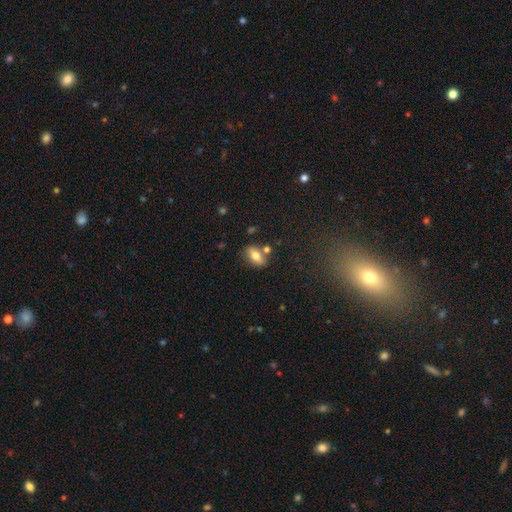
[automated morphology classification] smooth_or_featured: smooth (p=0.71) [alt: featured or disk p=0.20]
how_rounded: in between (p=0.83) [alt: cigar-shaped p=0.09]
merging: none (p=0.70) [alt: minor disturbance p=0.13]